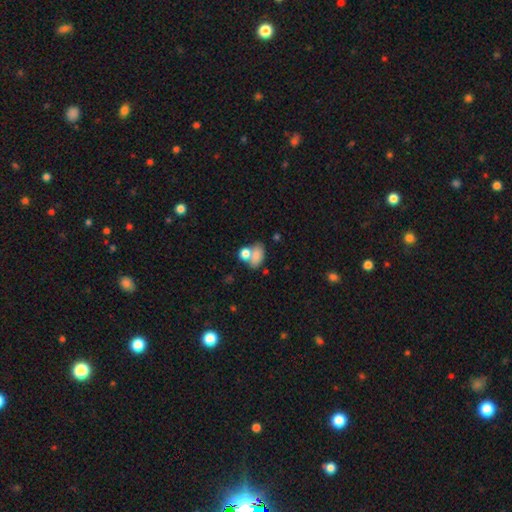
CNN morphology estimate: Smooth or featured? Predicted: smooth (p=0.78). How rounded? Predicted: in between (p=0.80). Merging? Predicted: merger (p=0.43).